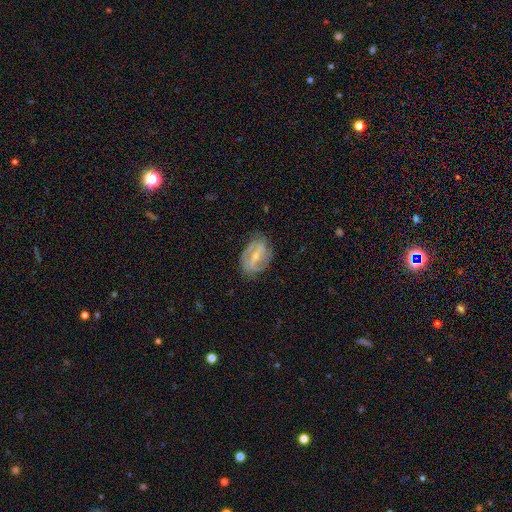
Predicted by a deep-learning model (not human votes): Smooth or featured?
  - featured or disk: 84% *
  - smooth: 10%
  - star or artifact: 6%
Edge-on disk?
  - no: 96% *
  - yes: 4%
Bar?
  - strong: 50% *
  - weak: 36%
  - no: 14%
Spiral arms?
  - yes: 93% *
  - no: 7%
Spiral winding?
  - medium: 44% *
  - tight: 37%
  - loose: 18%
Spiral arm count?
  - 2: 71% *
  - 3: 12%
  - can't tell: 10%
  - 1: 3%
  - 4: 2%
  - more than 4: 2%
Bulge size?
  - small: 60% *
  - moderate: 36%
  - none: 2%
  - large: 1%
  - dominant: 1%
Merging?
  - none: 77% *
  - minor disturbance: 16%
  - major disturbance: 6%
  - merger: 1%